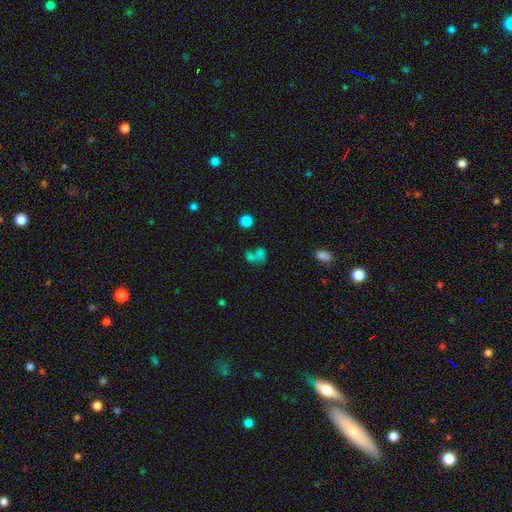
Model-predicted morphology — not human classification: This appears to be a smooth galaxy with no disk features (62%) that is in between round and cigar-shaped (53%). Merging: merger (48%).